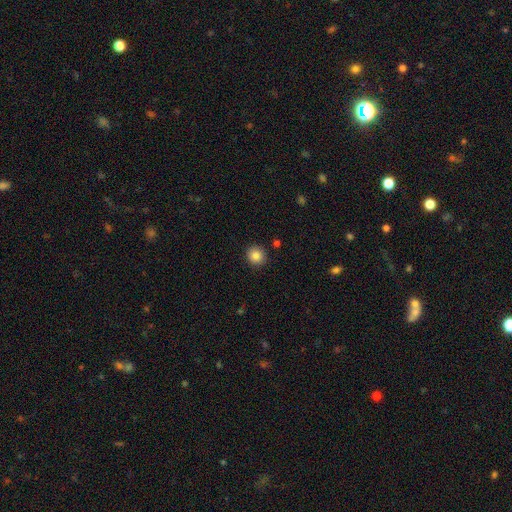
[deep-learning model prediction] smooth_or_featured: smooth (p=0.85) [alt: star or artifact p=0.10]
how_rounded: round (p=0.93) [alt: in between p=0.07]
merging: none (p=0.91) [alt: minor disturbance p=0.06]